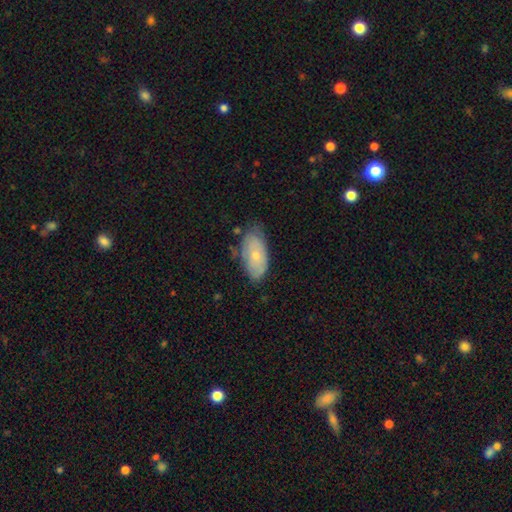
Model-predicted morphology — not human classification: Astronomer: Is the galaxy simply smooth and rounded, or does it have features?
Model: smooth — 59%.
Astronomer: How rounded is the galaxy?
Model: in between — 92%.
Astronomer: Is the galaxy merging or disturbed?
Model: none — 63%.